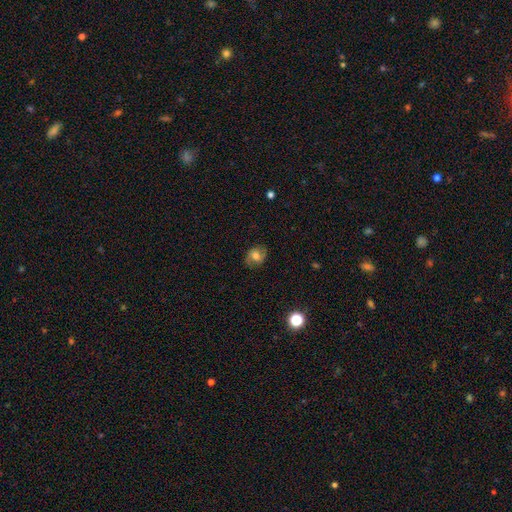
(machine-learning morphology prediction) Smooth or featured?
  - smooth: 56% *
  - featured or disk: 32%
  - star or artifact: 12%
How rounded?
  - round: 59% *
  - in between: 39%
  - cigar-shaped: 1%
Merging?
  - none: 79% *
  - minor disturbance: 15%
  - major disturbance: 4%
  - merger: 1%